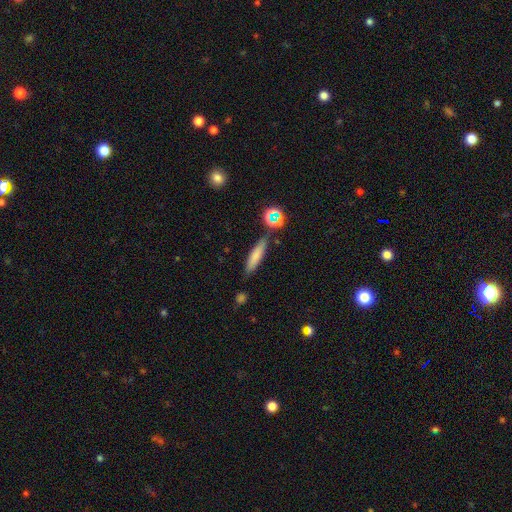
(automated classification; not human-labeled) smooth_or_featured: smooth (p=0.74) [alt: featured or disk p=0.16]
how_rounded: cigar-shaped (p=0.80) [alt: in between p=0.17]
merging: none (p=0.80) [alt: minor disturbance p=0.12]